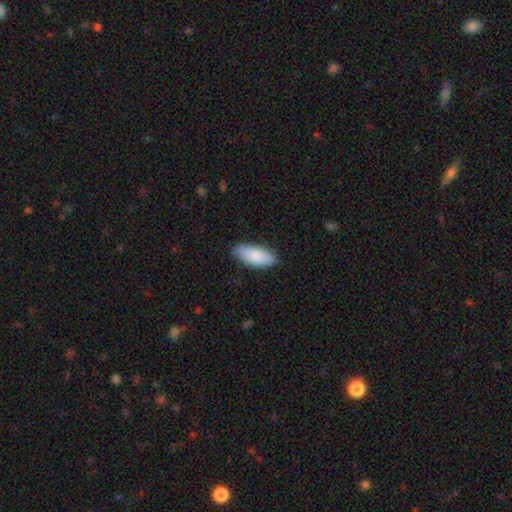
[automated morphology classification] smooth 85%, featured or disk 10%, star or artifact 5%. Down the decision tree: how rounded — in between (84%); merging — none (82%).